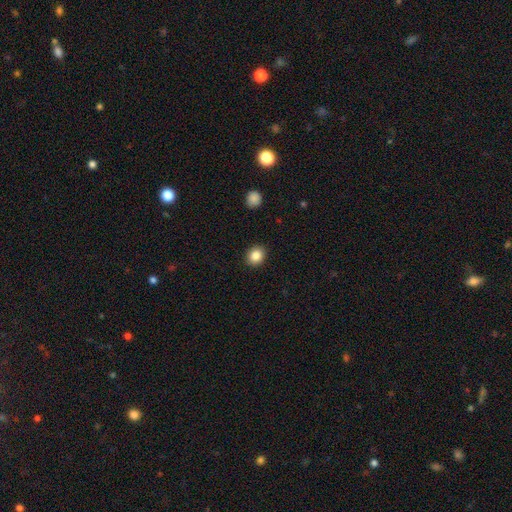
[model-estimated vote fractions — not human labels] A smooth galaxy with no disk features (86%) that is round (67%).

Vote fractions:
- Smooth or featured? smooth: 86% / star or artifact: 9% / featured or disk: 5%
- How rounded? round: 67% / in between: 32% / cigar-shaped: 1%
- Merging? none: 90% / minor disturbance: 7% / major disturbance: 2% / merger: 1%